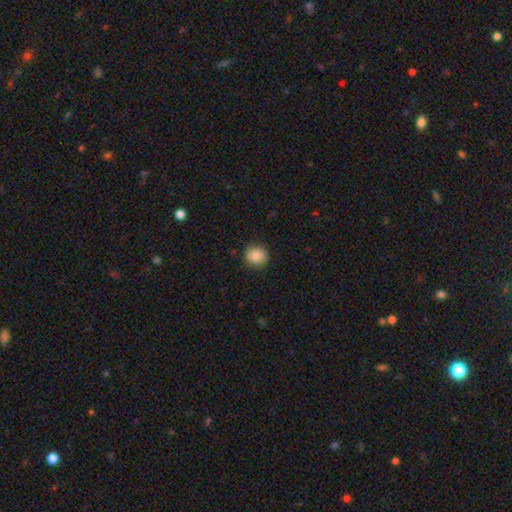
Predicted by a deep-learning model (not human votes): smooth_or_featured: smooth (p=0.86) [alt: star or artifact p=0.08]
how_rounded: round (p=0.81) [alt: in between p=0.18]
merging: none (p=0.87) [alt: minor disturbance p=0.10]